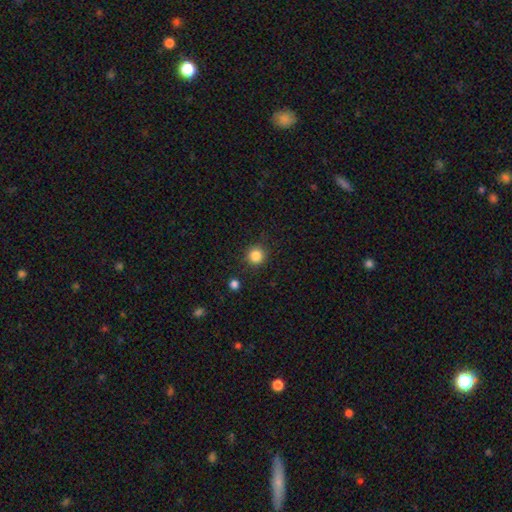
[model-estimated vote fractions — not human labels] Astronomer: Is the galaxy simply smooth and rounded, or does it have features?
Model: smooth — 85%.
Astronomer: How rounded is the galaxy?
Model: round — 94%.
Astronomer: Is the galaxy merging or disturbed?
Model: none — 90%.